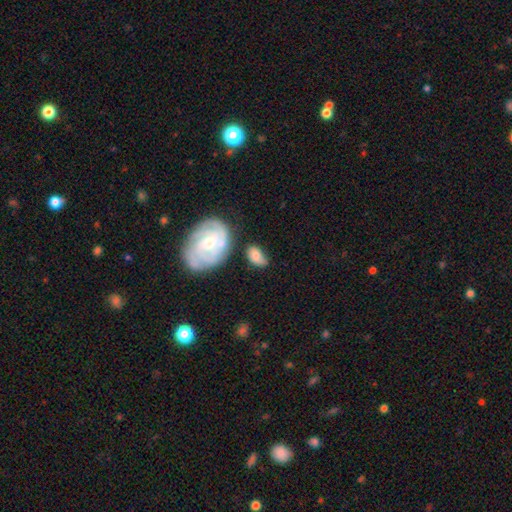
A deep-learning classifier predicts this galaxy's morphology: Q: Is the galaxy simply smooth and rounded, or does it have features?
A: smooth — 60%.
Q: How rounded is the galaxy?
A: in between — 86%.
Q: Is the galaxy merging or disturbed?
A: none — 56%.